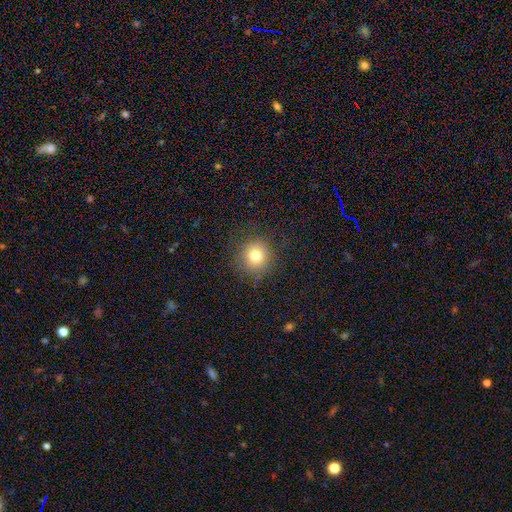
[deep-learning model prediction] Overall: smooth (77%). How rounded: round (93%). Merging: none (86%).